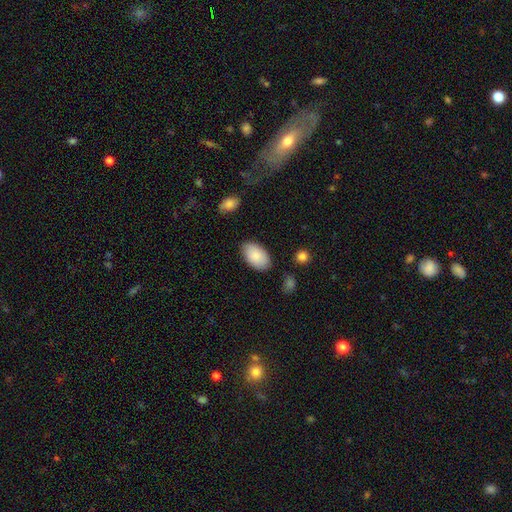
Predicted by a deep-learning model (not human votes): smooth-or-featured: smooth: 85% | featured or disk: 9% | star or artifact: 6%
  how-rounded: in between: 95% | round: 4% | cigar-shaped: 1%
  merging: none: 81% | minor disturbance: 14% | major disturbance: 3% | merger: 2%